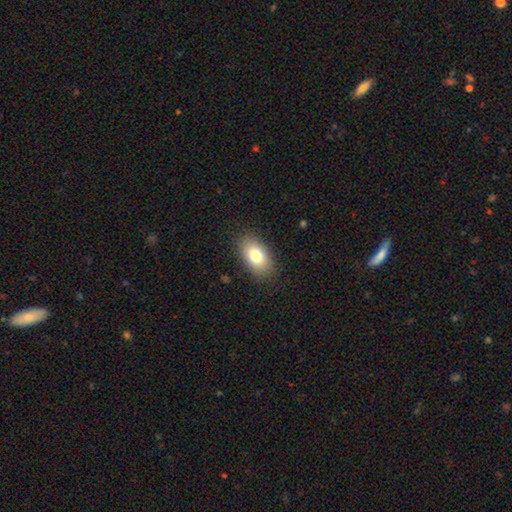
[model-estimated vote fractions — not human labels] A smooth galaxy with no disk features (78%) that is in between round and cigar-shaped (90%).

Vote fractions:
- Smooth or featured? smooth: 78% / featured or disk: 13% / star or artifact: 8%
- How rounded? in between: 90% / round: 8% / cigar-shaped: 2%
- Merging? none: 87% / minor disturbance: 9% / major disturbance: 3% / merger: 1%